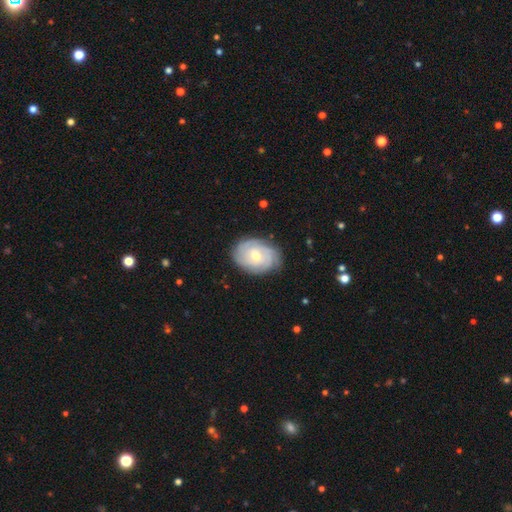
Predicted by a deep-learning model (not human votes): This appears to be a featured or disk galaxy (73%) with no bar (69%), tight (75%) spiral arms (90%) and a moderate central bulge (62%). Merging: none (79%).